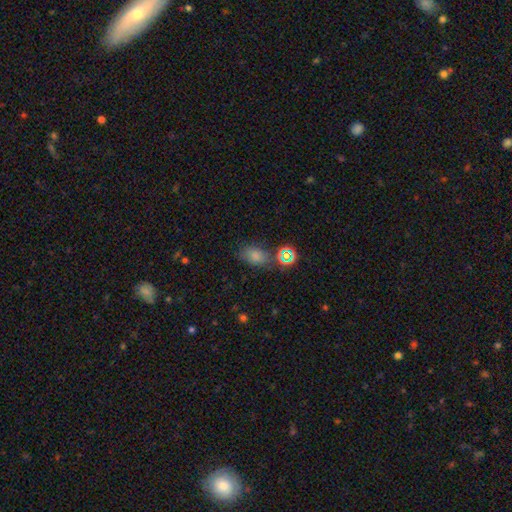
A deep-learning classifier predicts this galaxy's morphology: smooth_or_featured: smooth (p=0.72) [alt: star or artifact p=0.20]
how_rounded: in between (p=0.80) [alt: round p=0.18]
merging: none (p=0.69) [alt: minor disturbance p=0.17]